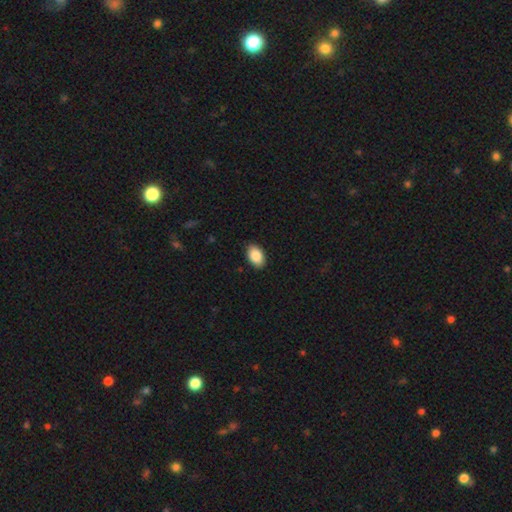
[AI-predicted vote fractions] Smooth or featured? Predicted: smooth (p=0.88). How rounded? Predicted: in between (p=0.92). Merging? Predicted: none (p=0.89).